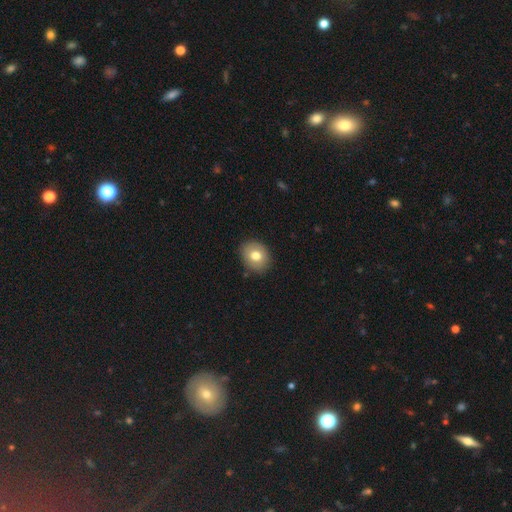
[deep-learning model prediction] Smooth or featured?
  - smooth: 77% *
  - featured or disk: 15%
  - star or artifact: 9%
How rounded?
  - round: 56% *
  - in between: 44%
  - cigar-shaped: 1%
Merging?
  - none: 87% *
  - minor disturbance: 10%
  - major disturbance: 2%
  - merger: 1%